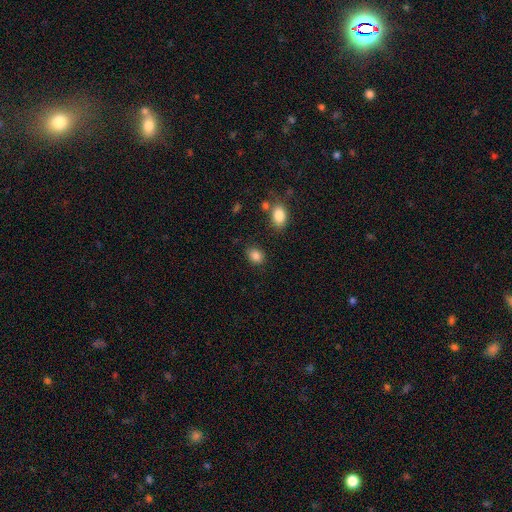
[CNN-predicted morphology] smooth 86%, star or artifact 9%, featured or disk 5%. Down the decision tree: how rounded — in between (57%); merging — none (82%).